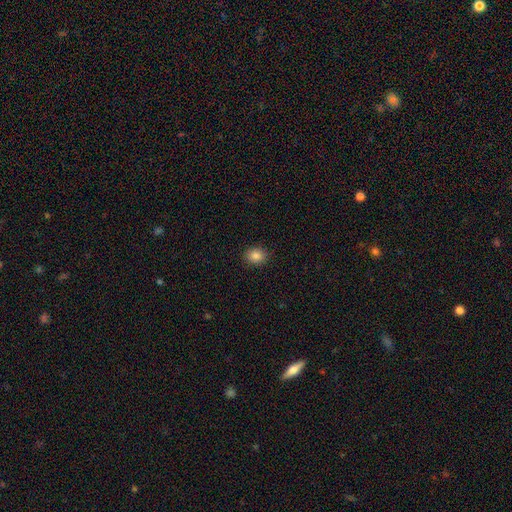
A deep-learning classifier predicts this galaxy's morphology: type=smooth (84%); roundness=round (62%); merging=none (90%).